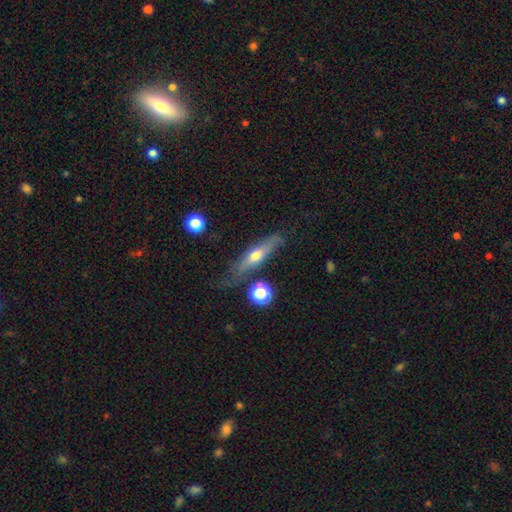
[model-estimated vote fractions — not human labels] smooth_or_featured: featured or disk (p=0.50) [alt: smooth p=0.42]
disk_edge_on: yes (p=0.81) [alt: no p=0.19]
merging: none (p=0.66) [alt: minor disturbance p=0.22]